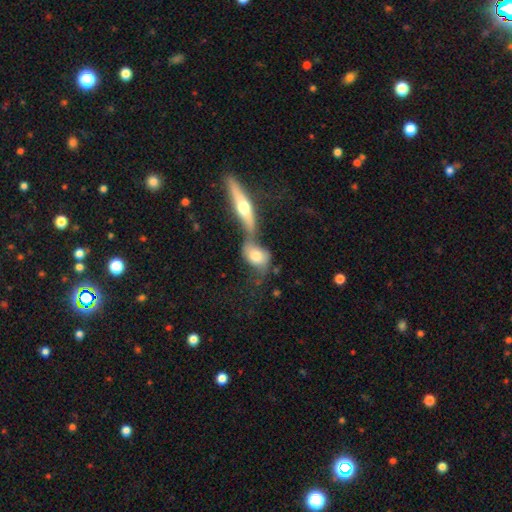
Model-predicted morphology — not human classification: The model was most divided on "smooth or featured": smooth: 54%, featured or disk: 38%, star or artifact: 8%. More confident: how rounded — in between (63%); merging — merger (61%).